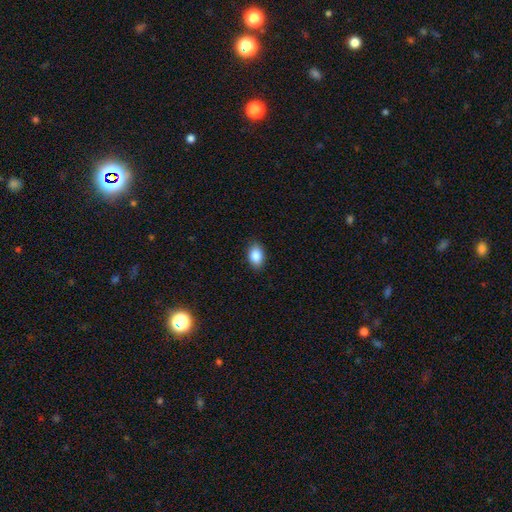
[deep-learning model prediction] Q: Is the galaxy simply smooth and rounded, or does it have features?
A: smooth — 86%.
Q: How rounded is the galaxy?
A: in between — 85%.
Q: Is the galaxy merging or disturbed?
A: none — 88%.